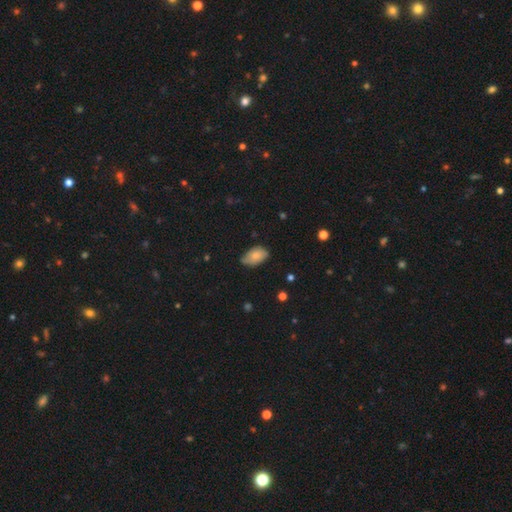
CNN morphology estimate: A smooth galaxy with no disk features (78%) that is in between round and cigar-shaped (91%).

Vote fractions:
- Smooth or featured? smooth: 78% / featured or disk: 14% / star or artifact: 8%
- How rounded? in between: 91% / round: 7% / cigar-shaped: 1%
- Merging? none: 55% / minor disturbance: 37% / major disturbance: 6% / merger: 2%